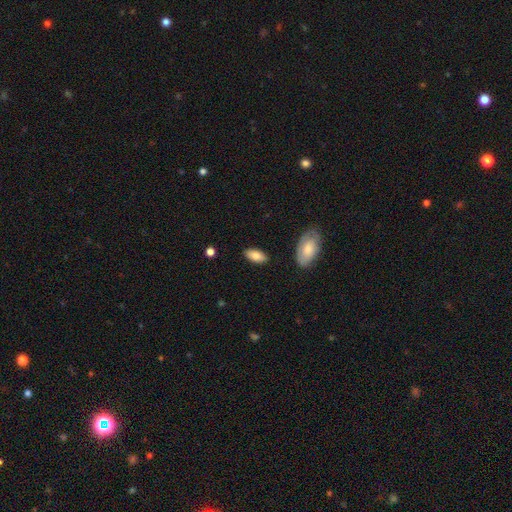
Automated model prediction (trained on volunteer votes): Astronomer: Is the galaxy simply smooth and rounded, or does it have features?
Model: smooth — 81%.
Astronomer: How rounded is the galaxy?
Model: in between — 90%.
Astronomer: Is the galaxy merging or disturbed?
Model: none — 86%.